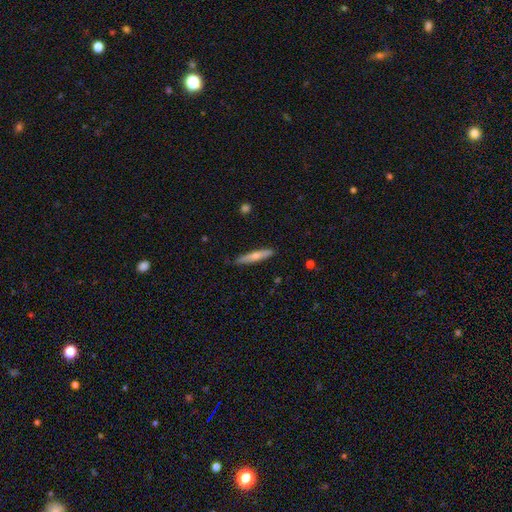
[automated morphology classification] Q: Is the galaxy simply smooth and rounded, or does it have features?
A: smooth — 61%.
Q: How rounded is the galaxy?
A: cigar-shaped — 91%.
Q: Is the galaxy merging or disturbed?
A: none — 85%.